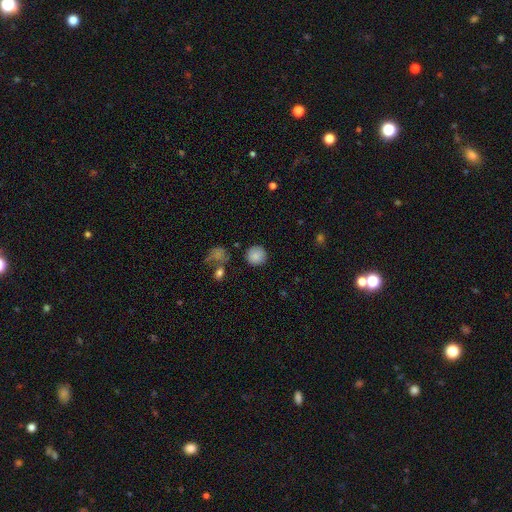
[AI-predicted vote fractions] Overall: smooth (85%). How rounded: round (93%). Merging: none (85%).